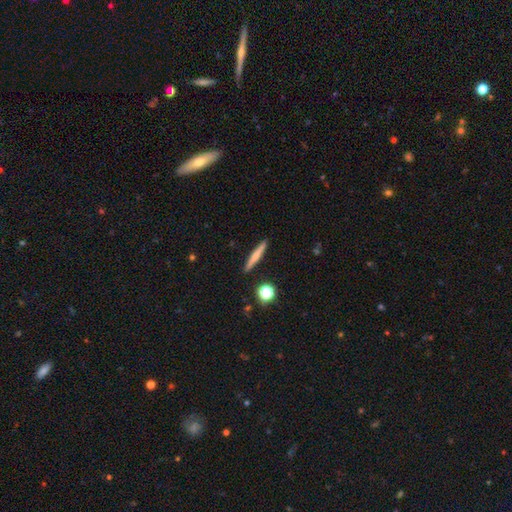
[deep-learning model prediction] Morphology: type=smooth (57%); roundness=cigar-shaped (93%); merging=none (91%).